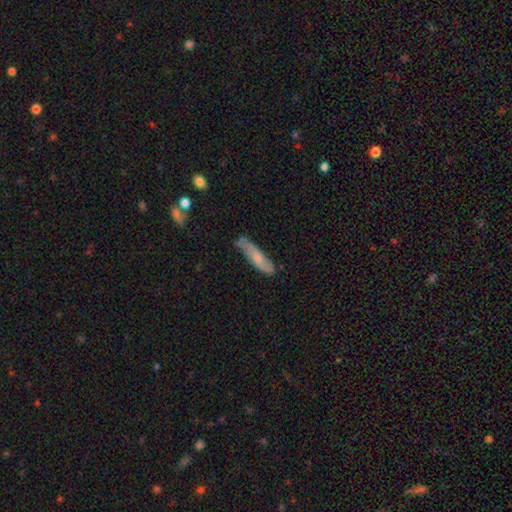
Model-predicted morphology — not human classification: Smooth or featured? Predicted: smooth (p=0.60). How rounded? Predicted: cigar-shaped (p=0.76). Merging? Predicted: none (p=0.64).